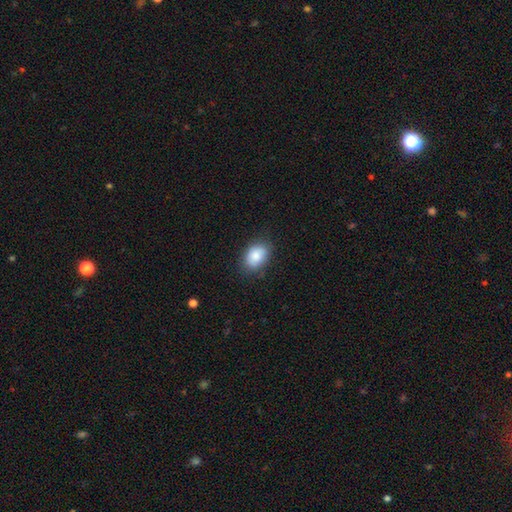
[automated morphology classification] smooth 86%, featured or disk 7%, star or artifact 7%. Down the decision tree: how rounded — in between (83%); merging — none (81%).